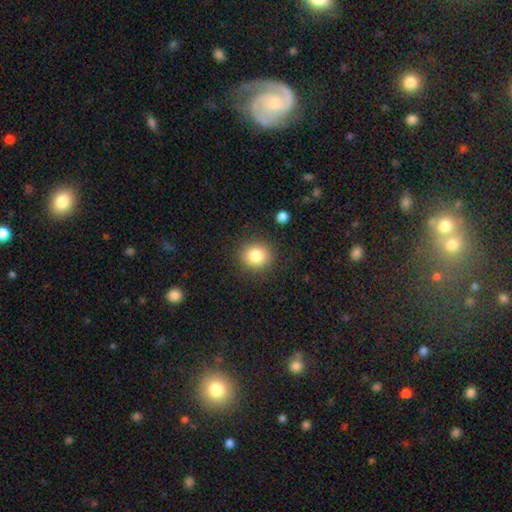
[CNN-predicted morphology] type=smooth (82%); roundness=round (84%); merging=none (88%).